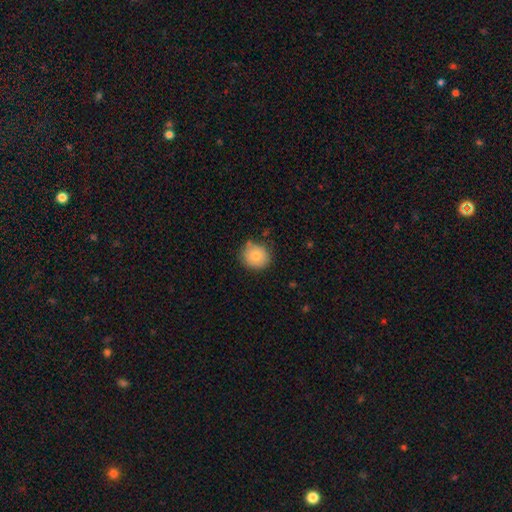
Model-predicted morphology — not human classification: A smooth galaxy with no disk features (81%) that is round (84%). Merging: none (75%).